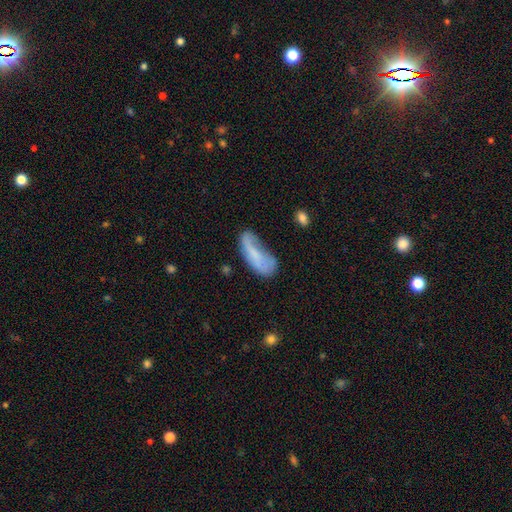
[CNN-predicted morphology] This appears to be a smooth galaxy with no disk features (64%) that is in between round and cigar-shaped (68%). Merging: minor disturbance (32%).